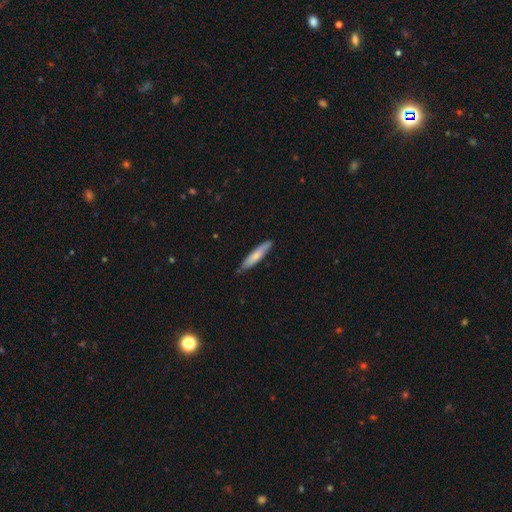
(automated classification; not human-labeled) smooth-or-featured: smooth: 71% | featured or disk: 24% | star or artifact: 5%
  how-rounded: cigar-shaped: 86% | in between: 13% | round: 1%
  merging: none: 78% | minor disturbance: 18% | major disturbance: 2% | merger: 2%